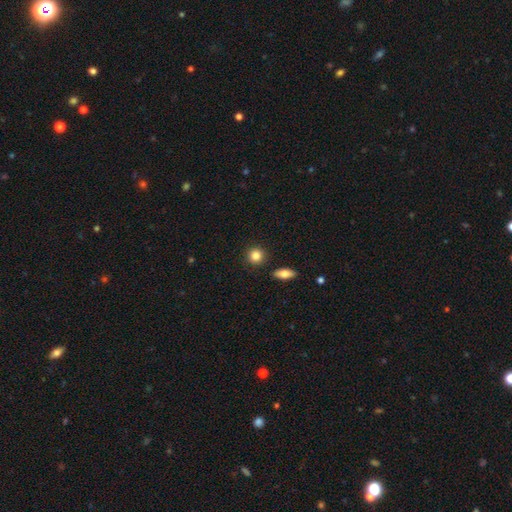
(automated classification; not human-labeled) Overall: smooth (85%). How rounded: round (89%). Merging: none (88%).